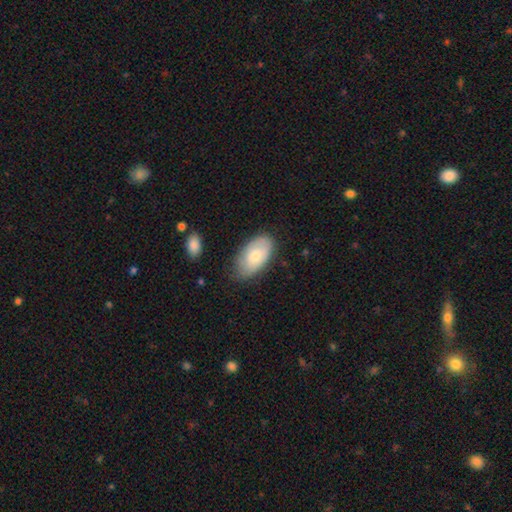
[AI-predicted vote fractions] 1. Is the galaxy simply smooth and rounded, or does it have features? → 72% smooth, 22% featured or disk, 6% star or artifact.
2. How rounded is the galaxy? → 95% in between, 3% round, 2% cigar-shaped.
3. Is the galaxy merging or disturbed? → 71% none, 23% minor disturbance, 5% major disturbance, 2% merger.